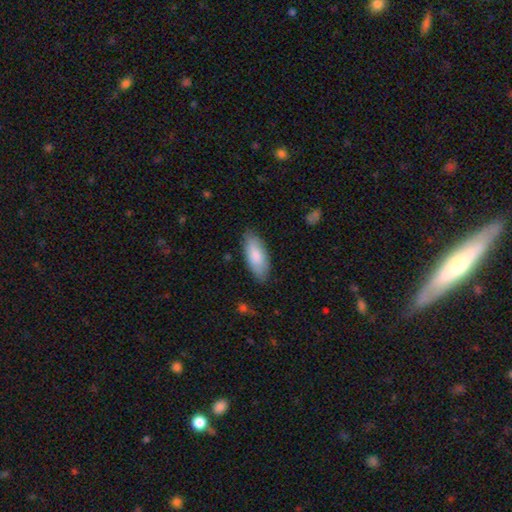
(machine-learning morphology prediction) smooth_or_featured: smooth (p=0.83) [alt: featured or disk p=0.12]
how_rounded: in between (p=0.77) [alt: cigar-shaped p=0.21]
merging: none (p=0.83) [alt: minor disturbance p=0.14]